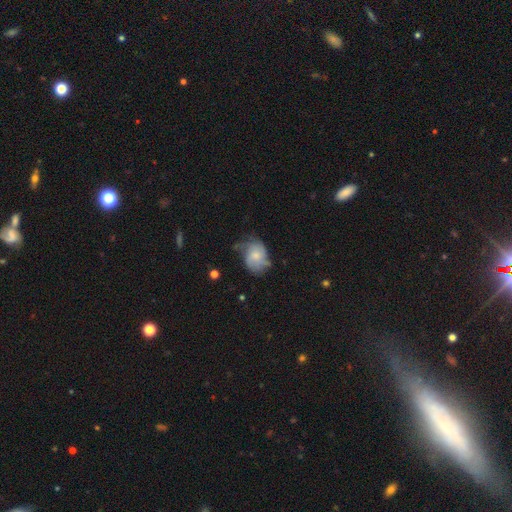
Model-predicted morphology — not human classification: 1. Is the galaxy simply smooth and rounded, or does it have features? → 49% smooth, 42% featured or disk, 8% star or artifact.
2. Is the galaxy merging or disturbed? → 41% none, 36% minor disturbance, 20% major disturbance, 3% merger.